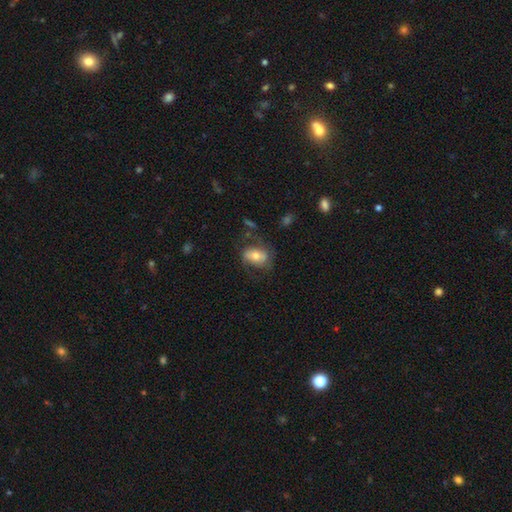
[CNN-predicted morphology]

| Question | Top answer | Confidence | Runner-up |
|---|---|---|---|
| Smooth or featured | smooth | 58% | featured or disk (34%) |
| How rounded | in between | 80% | round (18%) |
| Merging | none | 57% | minor disturbance (22%) |